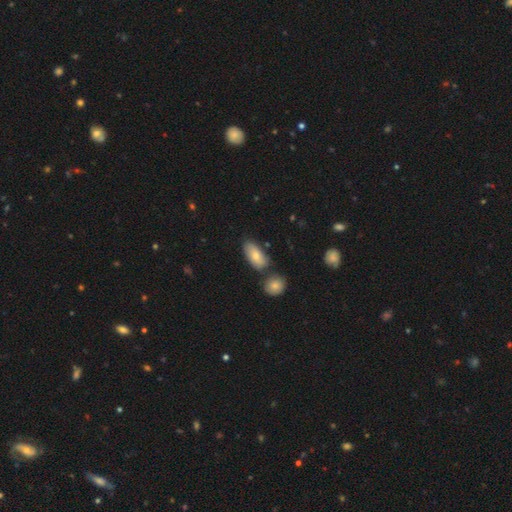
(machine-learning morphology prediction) A smooth galaxy with no disk features (74%) that is in between round and cigar-shaped (89%). Merging: none (67%).